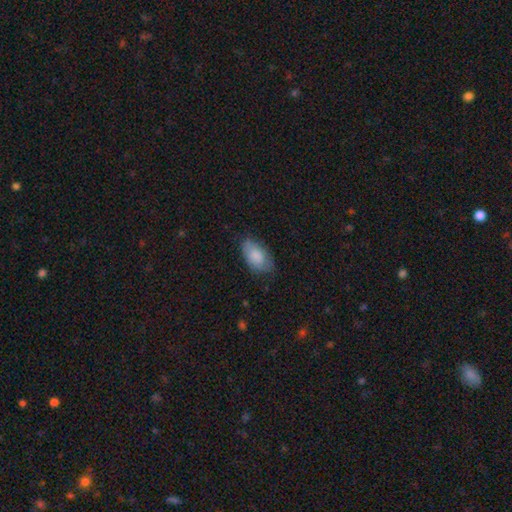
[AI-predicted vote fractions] Smooth or featured? Predicted: smooth (p=0.82). How rounded? Predicted: in between (p=0.94). Merging? Predicted: none (p=0.68).